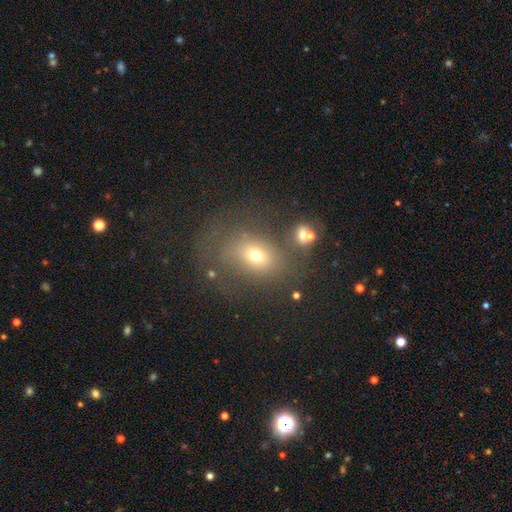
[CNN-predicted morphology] smooth_or_featured: smooth (p=0.63) [alt: featured or disk p=0.20]
how_rounded: in between (p=0.58) [alt: round p=0.40]
merging: none (p=0.54) [alt: minor disturbance p=0.19]